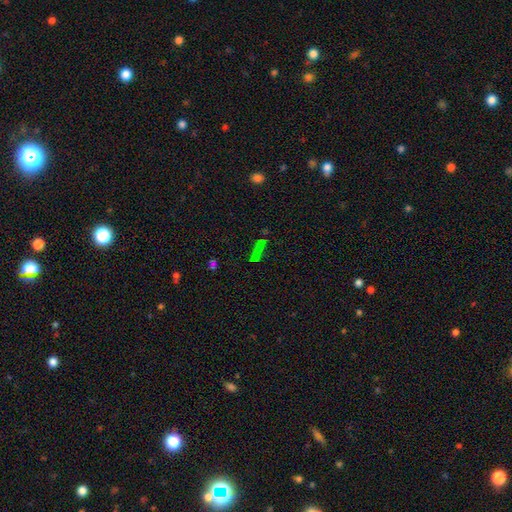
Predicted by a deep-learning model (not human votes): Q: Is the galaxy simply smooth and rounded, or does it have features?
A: star or artifact — 54%.